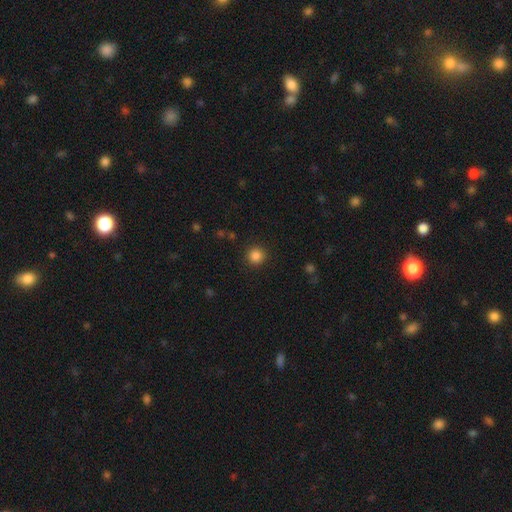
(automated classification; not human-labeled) Smooth or featured? Predicted: smooth (p=0.85). How rounded? Predicted: round (p=0.95). Merging? Predicted: none (p=0.91).